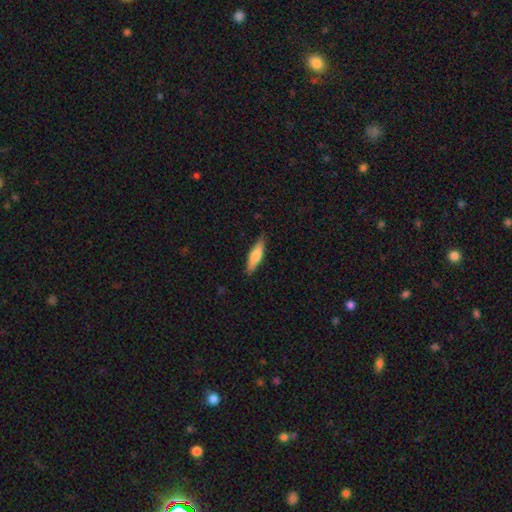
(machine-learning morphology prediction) Smooth or featured: smooth — 67% (featured or disk — 28%)
How rounded: cigar-shaped — 67% (in between — 32%)
Merging: none — 85% (minor disturbance — 12%)